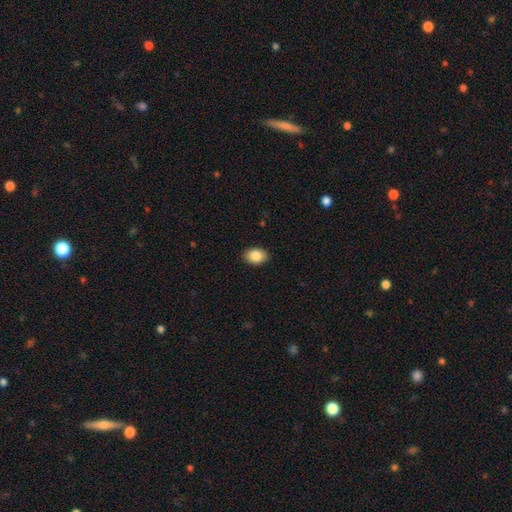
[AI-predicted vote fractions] smooth-or-featured: smooth: 86% | star or artifact: 8% | featured or disk: 6%
  how-rounded: in between: 81% | round: 18% | cigar-shaped: 1%
  merging: none: 90% | minor disturbance: 8% | major disturbance: 2% | merger: 1%